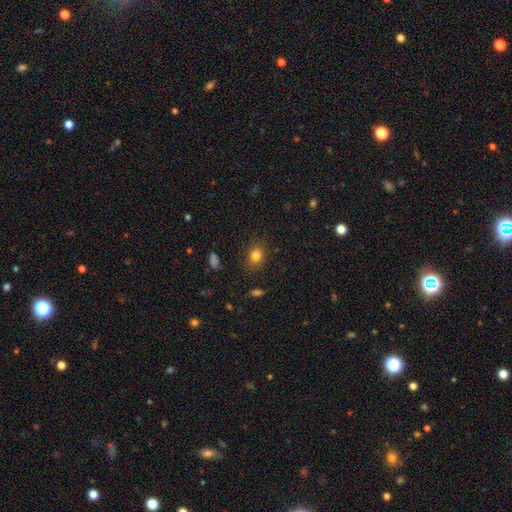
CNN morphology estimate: The model was most divided on "how rounded": in between: 54%, round: 45%, cigar-shaped: 1%. More confident: merging — none (84%); smooth or featured — smooth (81%).